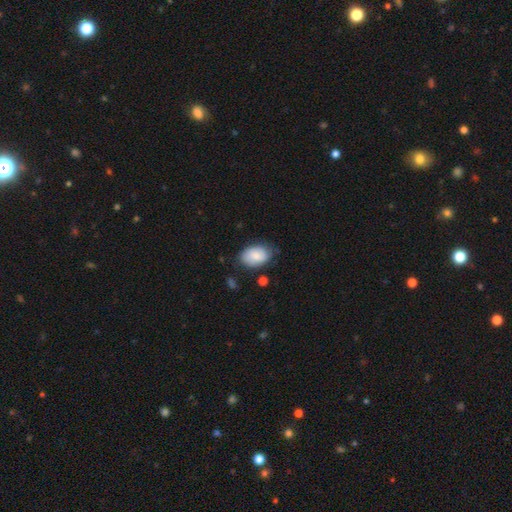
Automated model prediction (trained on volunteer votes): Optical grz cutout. It shows a smooth galaxy with no disk features (81%) that is in between round and cigar-shaped (86%). Merging: none (68%).